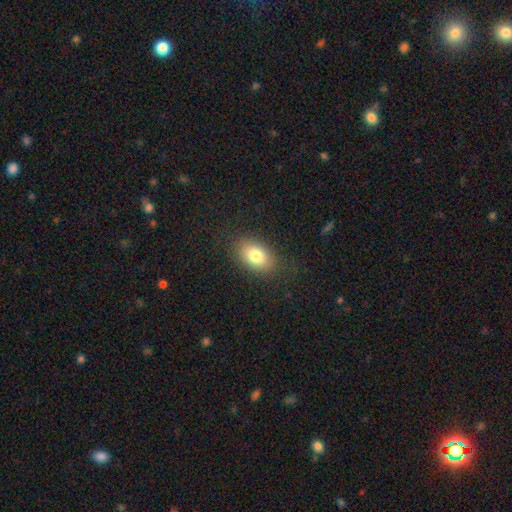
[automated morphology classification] Overall: smooth (80%). How rounded: in between (87%). Merging: none (83%).